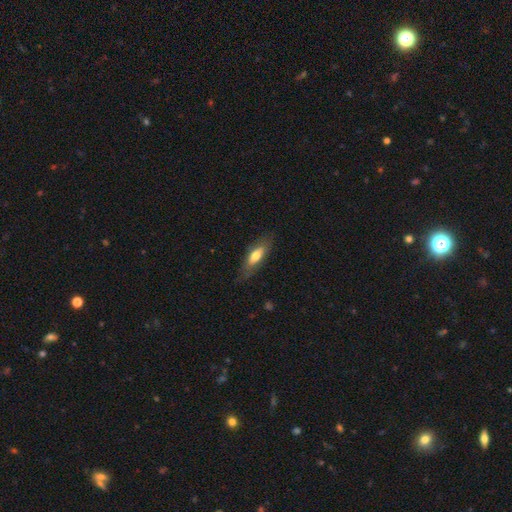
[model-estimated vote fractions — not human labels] Q: Smooth or featured?
A: smooth (64%); runner-up: featured or disk (30%)
Q: How rounded?
A: in between (54%); runner-up: cigar-shaped (44%)
Q: Merging?
A: none (77%); runner-up: minor disturbance (17%)